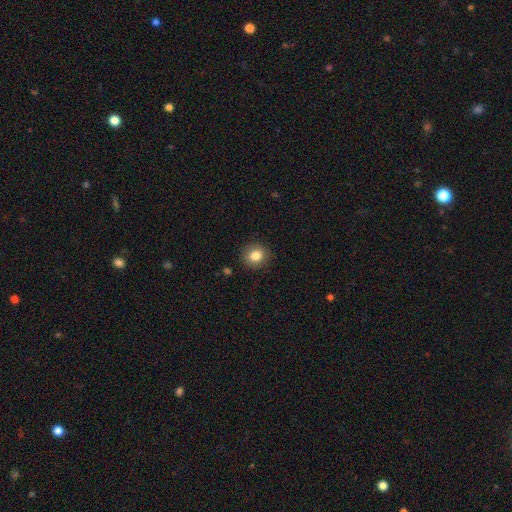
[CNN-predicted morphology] Smooth or featured?
  - smooth: 84% *
  - star or artifact: 10%
  - featured or disk: 7%
How rounded?
  - round: 81% *
  - in between: 18%
  - cigar-shaped: 1%
Merging?
  - none: 89% *
  - minor disturbance: 7%
  - major disturbance: 2%
  - merger: 1%